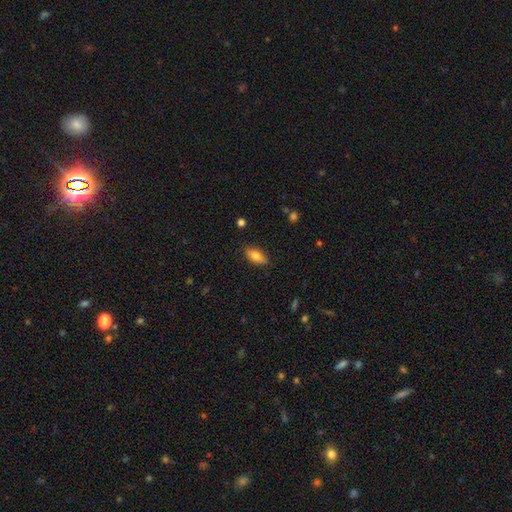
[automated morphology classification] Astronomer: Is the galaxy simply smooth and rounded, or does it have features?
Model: smooth — 74%.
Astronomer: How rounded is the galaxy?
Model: in between — 81%.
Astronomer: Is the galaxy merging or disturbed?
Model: none — 84%.